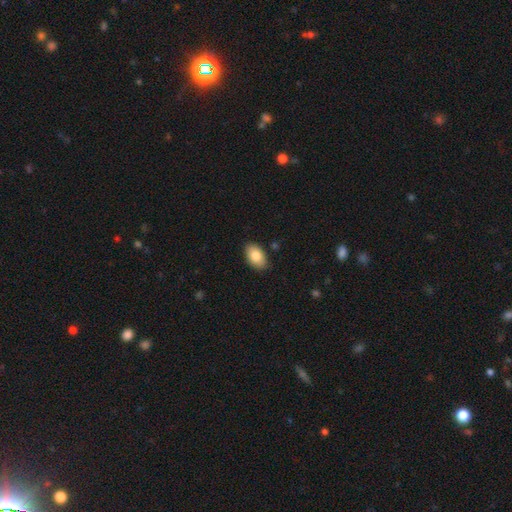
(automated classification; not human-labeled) The model was most divided on "smooth or featured": smooth: 83%, featured or disk: 10%, star or artifact: 7%. More confident: how rounded — in between (91%); merging — none (86%).